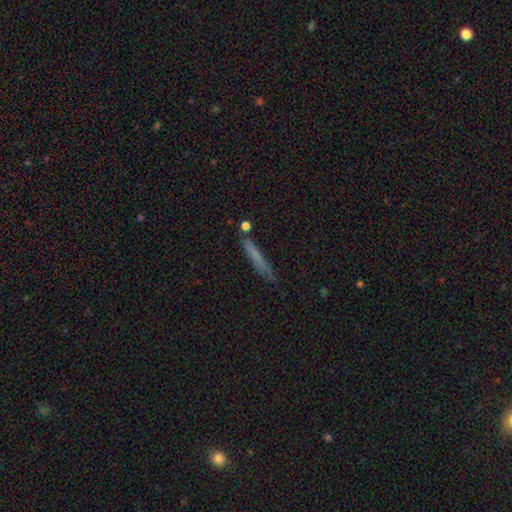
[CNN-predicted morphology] Smooth or featured? Predicted: smooth (p=0.66). How rounded? Predicted: cigar-shaped (p=0.94). Merging? Predicted: none (p=0.79).